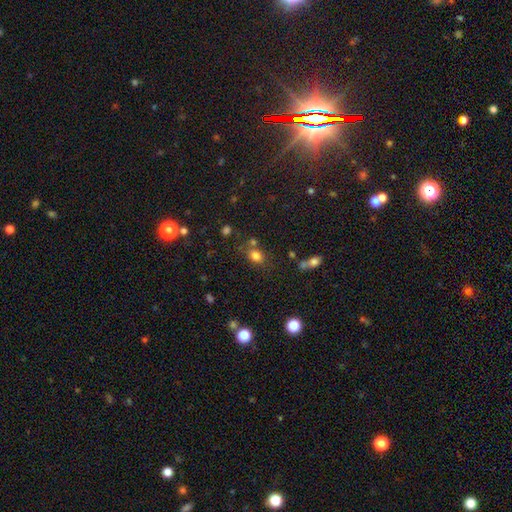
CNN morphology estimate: smooth_or_featured: smooth (p=0.78) [alt: star or artifact p=0.14]
how_rounded: in between (p=0.57) [alt: round p=0.42]
merging: none (p=0.64) [alt: merger p=0.16]